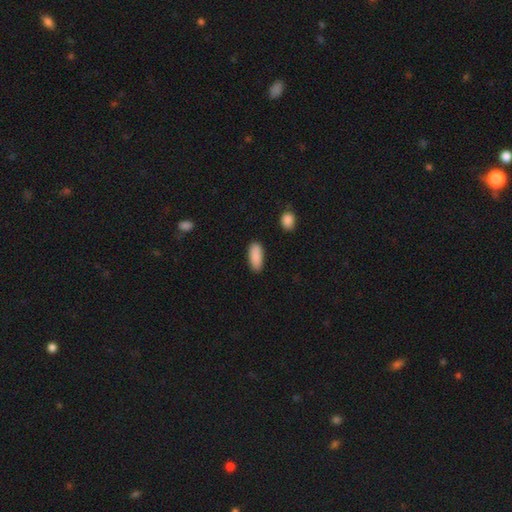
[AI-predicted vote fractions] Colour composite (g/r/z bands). It shows a smooth galaxy with no disk features (89%) that is in between round and cigar-shaped (82%). Merging: none (84%).